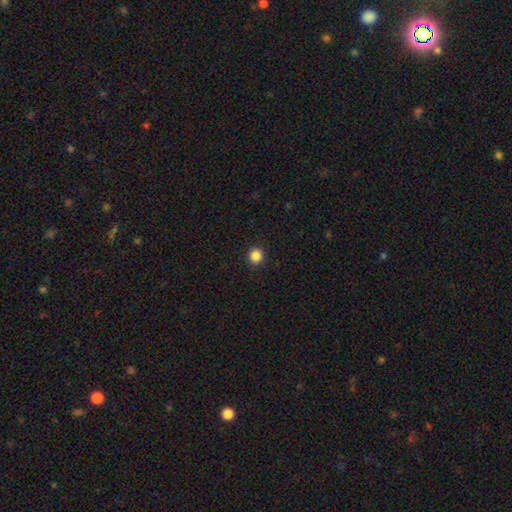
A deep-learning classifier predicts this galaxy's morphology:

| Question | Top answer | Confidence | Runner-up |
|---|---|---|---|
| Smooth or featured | smooth | 86% | star or artifact (11%) |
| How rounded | round | 93% | in between (6%) |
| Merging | none | 93% | minor disturbance (5%) |